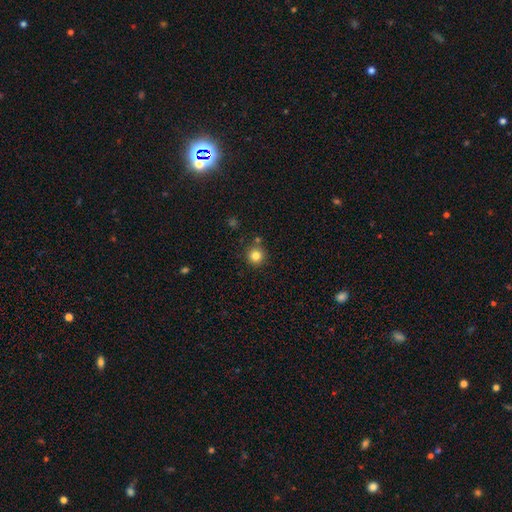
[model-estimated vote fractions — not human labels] Smooth or featured: smooth — 83% (star or artifact — 12%)
How rounded: round — 94% (in between — 5%)
Merging: none — 84% (minor disturbance — 8%)